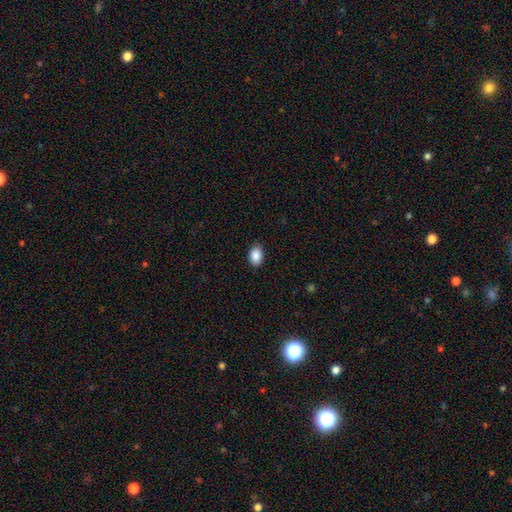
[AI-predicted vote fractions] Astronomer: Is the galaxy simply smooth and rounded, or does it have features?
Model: smooth — 89%.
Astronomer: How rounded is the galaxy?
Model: in between — 81%.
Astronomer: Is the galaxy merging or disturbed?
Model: none — 88%.